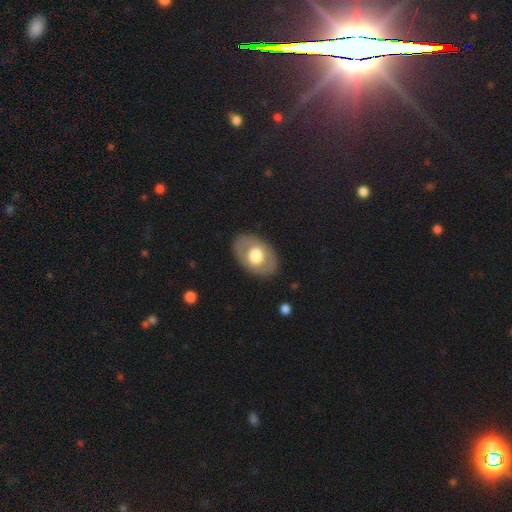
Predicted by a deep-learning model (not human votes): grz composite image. It shows a smooth galaxy with no disk features (55%) that is in between round and cigar-shaped (82%). Merging: none (85%).